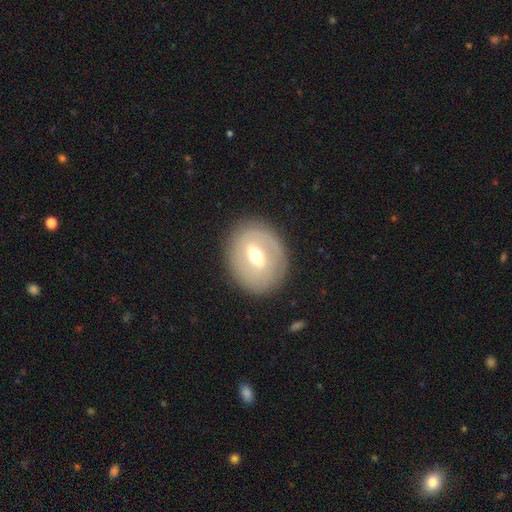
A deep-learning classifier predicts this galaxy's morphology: The model was most divided on "bar": weak: 49%, strong: 30%, no: 21%. More confident: edge-on disk — no (90%); merging — none (82%); spiral arms — no (71%); bulge size — moderate (70%); smooth or featured — featured or disk (56%).